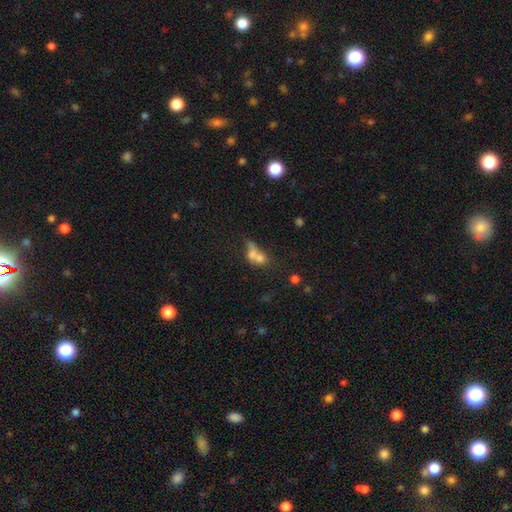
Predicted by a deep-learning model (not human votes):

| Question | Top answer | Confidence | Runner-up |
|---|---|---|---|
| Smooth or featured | smooth | 62% | featured or disk (24%) |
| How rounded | in between | 52% | round (42%) |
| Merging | merger | 66% | none (17%) |